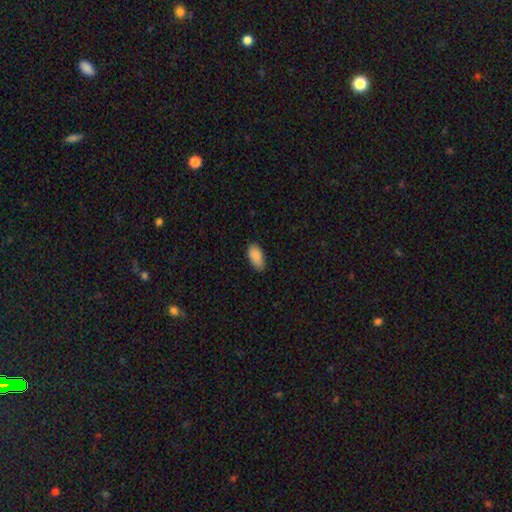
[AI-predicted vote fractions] smooth-or-featured: smooth: 90% | star or artifact: 7% | featured or disk: 4%
  how-rounded: in between: 93% | cigar-shaped: 5% | round: 2%
  merging: none: 82% | minor disturbance: 15% | major disturbance: 2% | merger: 1%